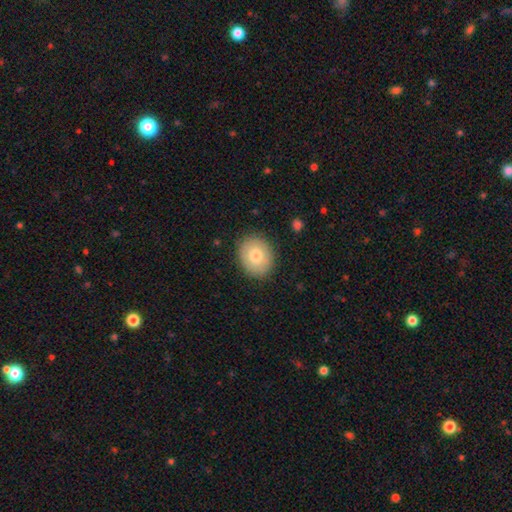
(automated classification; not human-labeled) smooth_or_featured: smooth (p=0.75) [alt: featured or disk p=0.17]
how_rounded: round (p=0.61) [alt: in between p=0.38]
merging: none (p=0.88) [alt: minor disturbance p=0.09]